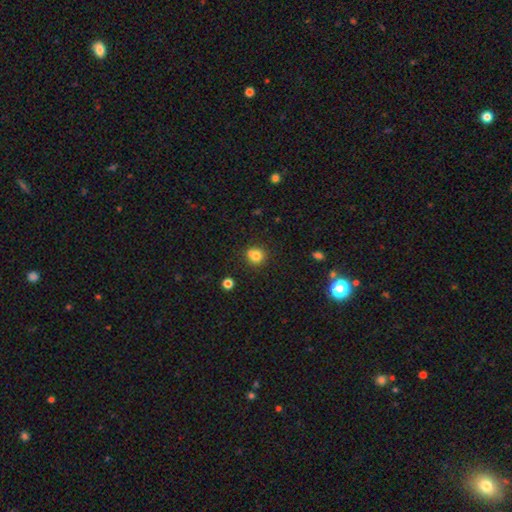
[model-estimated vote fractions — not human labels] Smooth or featured: smooth — 77% (star or artifact — 13%)
How rounded: round — 84% (in between — 15%)
Merging: none — 58% (merger — 24%)